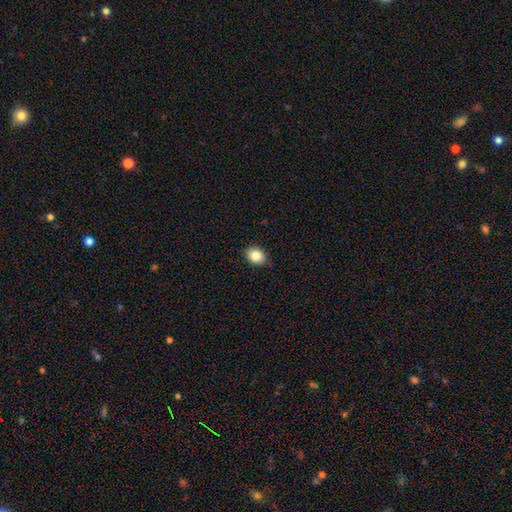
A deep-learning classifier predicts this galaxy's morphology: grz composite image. It shows a smooth galaxy with no disk features (83%) that is in between round and cigar-shaped (67%). Merging: none (85%).